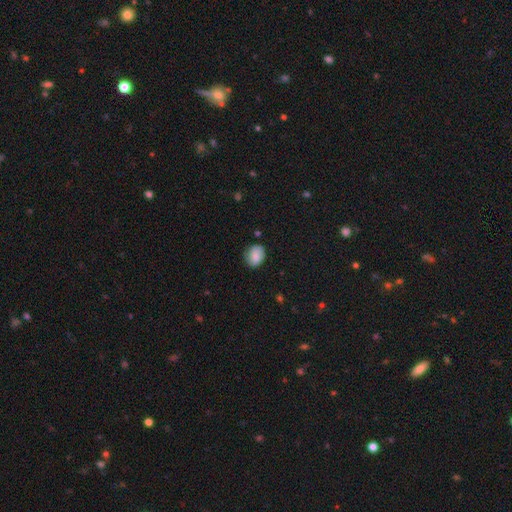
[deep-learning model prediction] Overall: smooth (81%). How rounded: in between (52%; round 47%). Merging: none (76%).